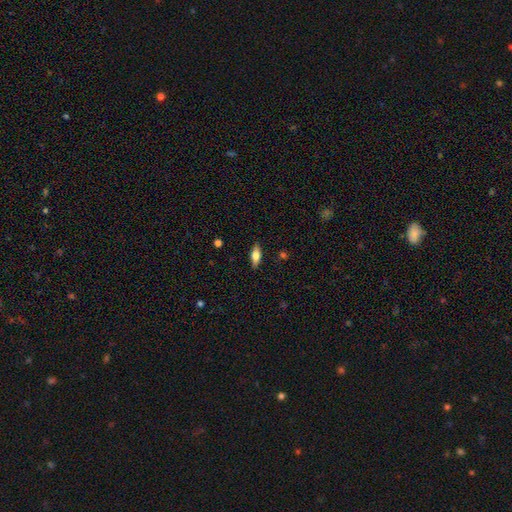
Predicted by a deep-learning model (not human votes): This appears to be a smooth galaxy with no disk features (60%) that is in between round and cigar-shaped (70%). Merging: none (88%).